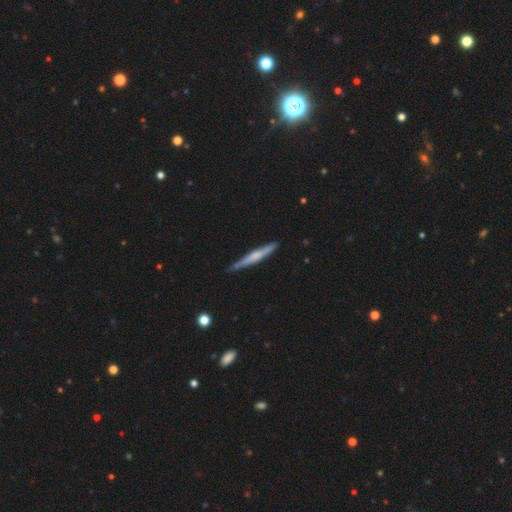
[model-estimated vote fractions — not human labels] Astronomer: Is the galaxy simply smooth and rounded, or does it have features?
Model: smooth — 47%, tied with featured or disk at 47%.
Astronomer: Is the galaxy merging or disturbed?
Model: none — 83%.